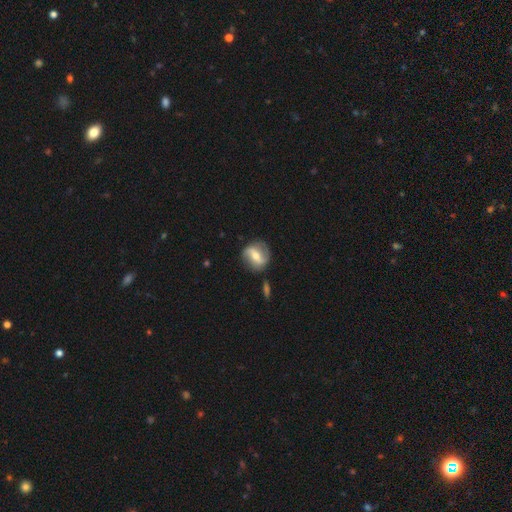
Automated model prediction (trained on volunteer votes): Q: Smooth or featured?
A: featured or disk (65%); runner-up: smooth (29%)
Q: Edge-on disk?
A: no (93%); runner-up: yes (7%)
Q: Bar?
A: strong (46%); runner-up: weak (36%)
Q: Spiral arms?
A: yes (76%); runner-up: no (24%)
Q: Bulge size?
A: moderate (62%); runner-up: small (31%)
Q: Merging?
A: none (77%); runner-up: minor disturbance (15%)